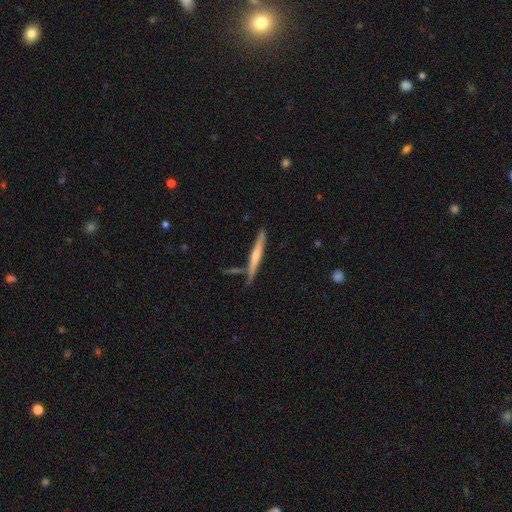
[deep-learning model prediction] A featured or disk galaxy (54%) viewed edge-on (97%) with a rounded central bulge (54%).

Vote fractions:
- Smooth or featured? featured or disk: 54% / smooth: 40% / star or artifact: 6%
- Edge-on disk? yes: 97% / no: 3%
- Edge-on bulge? rounded: 54% / none: 36% / boxy: 10%
- Merging? none: 79% / minor disturbance: 11% / merger: 8% / major disturbance: 2%